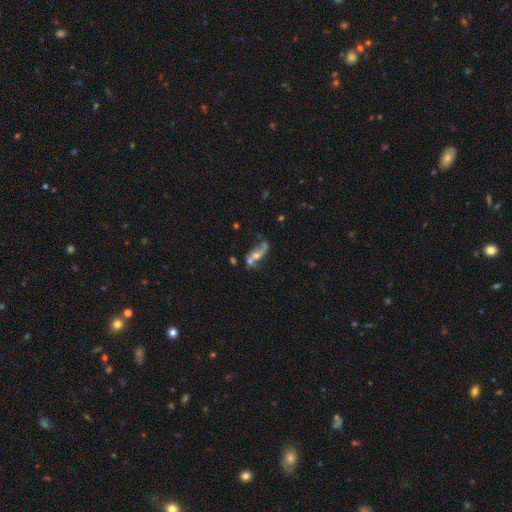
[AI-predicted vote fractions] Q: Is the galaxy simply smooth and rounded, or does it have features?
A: featured or disk — 64%.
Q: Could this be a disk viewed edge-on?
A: no — 90%.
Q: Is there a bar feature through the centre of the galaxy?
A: no — 66%.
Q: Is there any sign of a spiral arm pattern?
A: yes — 72%.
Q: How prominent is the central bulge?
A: moderate — 50%.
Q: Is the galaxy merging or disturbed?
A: none — 35%.